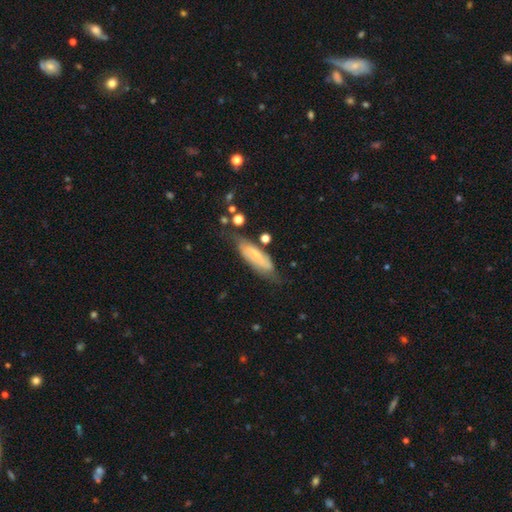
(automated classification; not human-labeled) Morphology: type=smooth (50%); merging=none (61%).